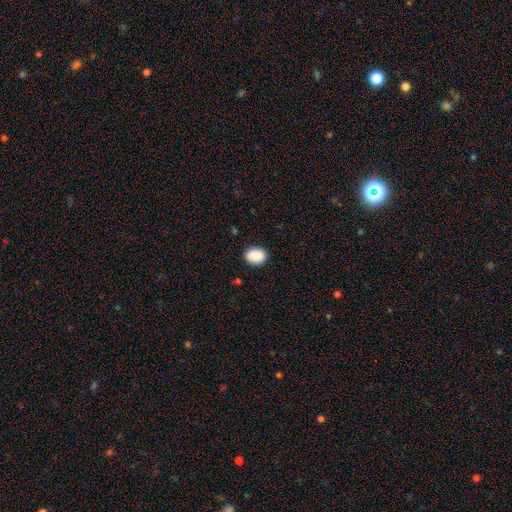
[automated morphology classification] Q: Smooth or featured?
A: smooth (88%); runner-up: star or artifact (7%)
Q: How rounded?
A: in between (61%); runner-up: round (38%)
Q: Merging?
A: none (82%); runner-up: minor disturbance (13%)